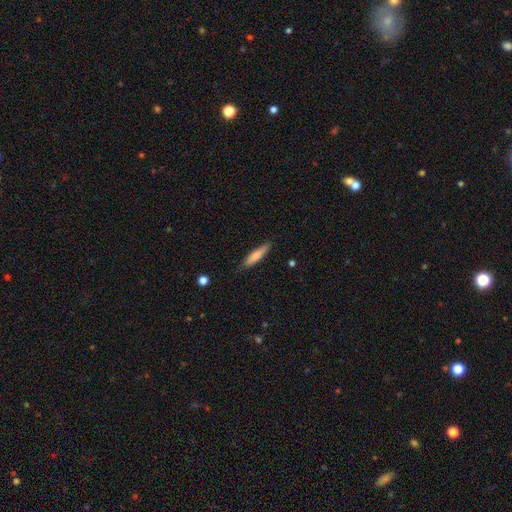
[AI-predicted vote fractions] Morphology: type=smooth (78%); roundness=cigar-shaped (78%); merging=none (79%).